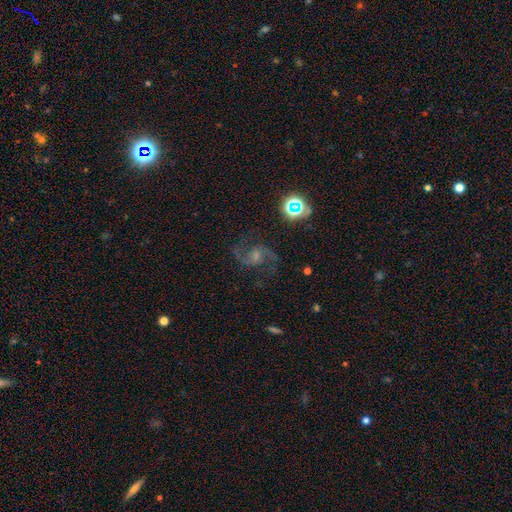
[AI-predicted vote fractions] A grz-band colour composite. It shows a featured or disk galaxy (83%) with no bar (47%), 2 (92%) medium (50%) spiral arms (97%) and a small central bulge (48%). Merging: none (77%).